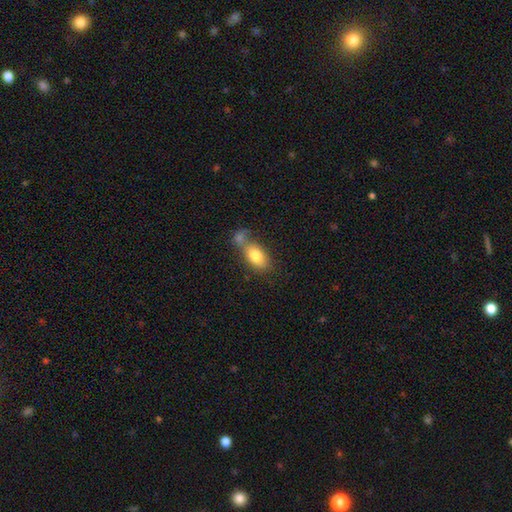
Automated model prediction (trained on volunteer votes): Smooth or featured: smooth — 78% (featured or disk — 15%)
How rounded: in between — 84% (round — 12%)
Merging: merger — 39% (none — 37%)